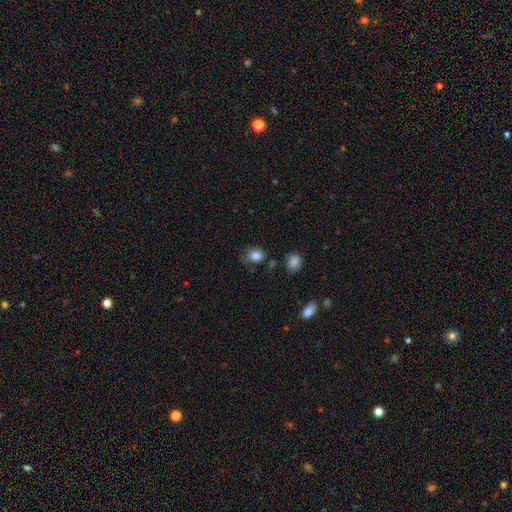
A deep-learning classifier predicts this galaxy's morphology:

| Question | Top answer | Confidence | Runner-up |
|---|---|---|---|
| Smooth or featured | smooth | 83% | star or artifact (10%) |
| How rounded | round | 56% | in between (43%) |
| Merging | none | 60% | minor disturbance (28%) |